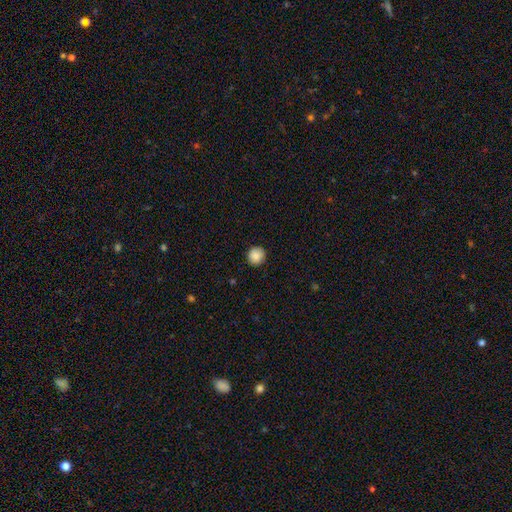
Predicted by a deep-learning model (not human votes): Q: Smooth or featured?
A: smooth (86%); runner-up: star or artifact (8%)
Q: How rounded?
A: round (91%); runner-up: in between (8%)
Q: Merging?
A: none (89%); runner-up: minor disturbance (9%)